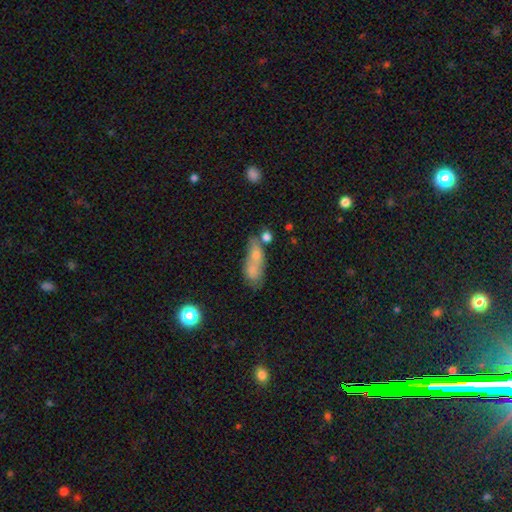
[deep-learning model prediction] Smooth or featured? smooth (60%)
How rounded? in between (64%)
Merging? merger (39%)